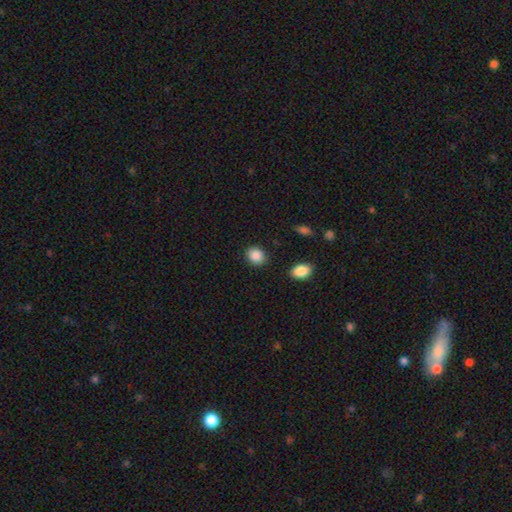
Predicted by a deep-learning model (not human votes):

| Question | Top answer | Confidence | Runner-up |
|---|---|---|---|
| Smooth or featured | smooth | 88% | star or artifact (8%) |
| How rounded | round | 61% | in between (38%) |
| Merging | none | 86% | minor disturbance (9%) |